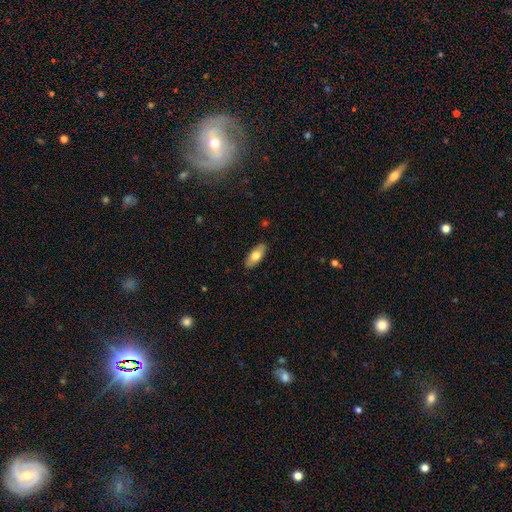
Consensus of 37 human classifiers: Volunteers were most divided on "smooth or featured": smooth: 86%, featured or disk: 8%, star or artifact: 5%. More confident: merging — none (91%); how rounded — in between (91%).